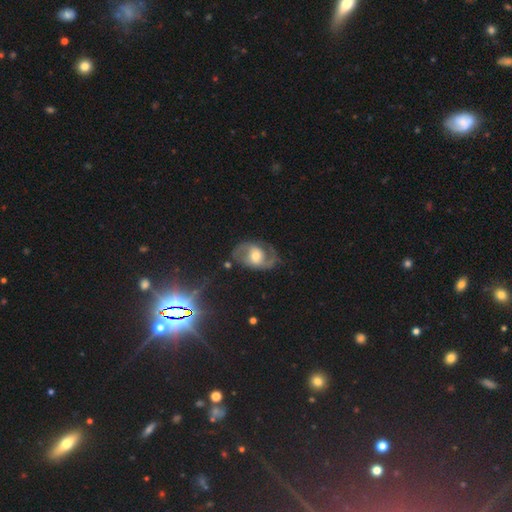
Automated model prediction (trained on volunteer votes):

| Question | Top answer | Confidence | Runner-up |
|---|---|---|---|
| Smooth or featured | featured or disk | 77% | smooth (15%) |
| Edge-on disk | no | 96% | yes (4%) |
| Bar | no | 52% | weak (36%) |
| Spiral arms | yes | 89% | no (11%) |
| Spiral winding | medium | 51% | loose (29%) |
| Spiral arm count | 2 | 87% | can't tell (6%) |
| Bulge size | moderate | 62% | small (23%) |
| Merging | none | 68% | minor disturbance (19%) |